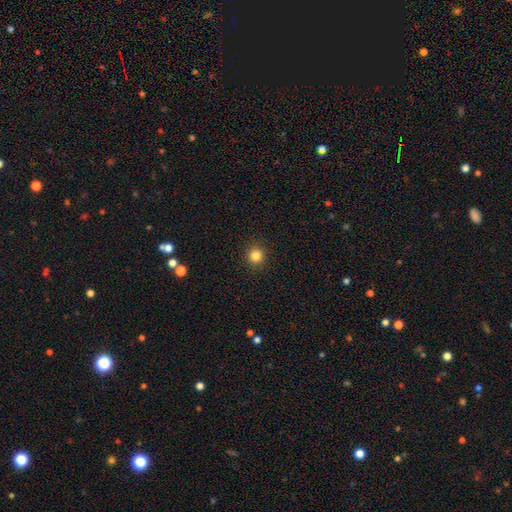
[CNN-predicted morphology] Smooth or featured: smooth — 84% (star or artifact — 12%)
How rounded: round — 94% (in between — 5%)
Merging: none — 92% (minor disturbance — 5%)